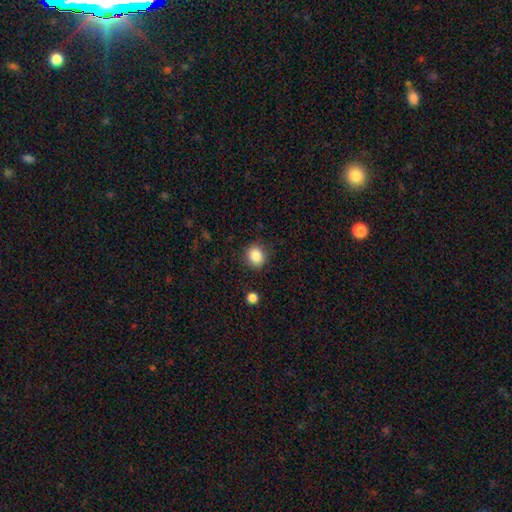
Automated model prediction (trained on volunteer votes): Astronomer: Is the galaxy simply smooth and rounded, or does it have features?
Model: smooth — 86%.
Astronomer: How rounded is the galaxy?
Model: round — 75%.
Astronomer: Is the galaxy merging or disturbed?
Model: none — 88%.